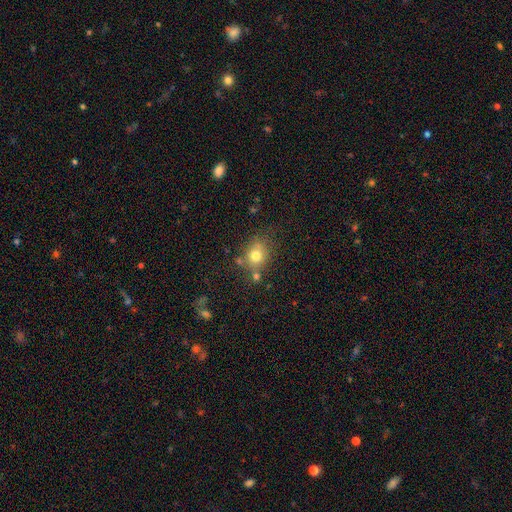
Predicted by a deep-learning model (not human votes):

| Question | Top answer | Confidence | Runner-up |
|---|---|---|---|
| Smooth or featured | smooth | 74% | star or artifact (13%) |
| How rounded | round | 66% | in between (32%) |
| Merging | none | 63% | minor disturbance (17%) |